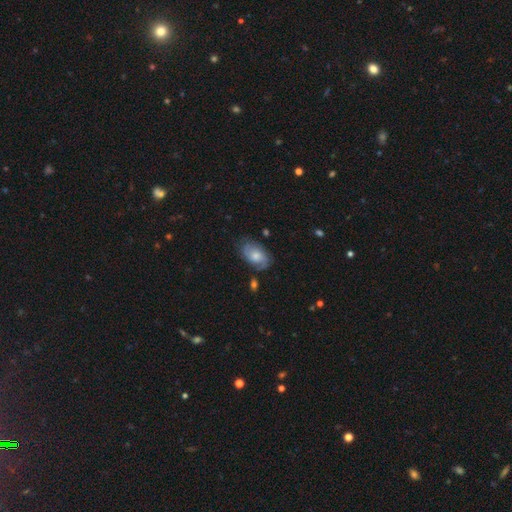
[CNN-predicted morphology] smooth-or-featured: featured or disk: 48% | smooth: 44% | star or artifact: 7%
  merging: none: 65% | minor disturbance: 24% | major disturbance: 8% | merger: 3%